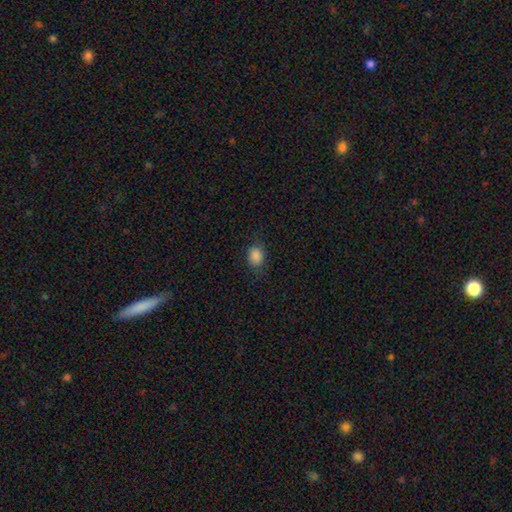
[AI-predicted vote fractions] Q: Smooth or featured?
A: smooth (87%); runner-up: star or artifact (10%)
Q: How rounded?
A: in between (53%); runner-up: round (46%)
Q: Merging?
A: none (81%); runner-up: minor disturbance (14%)